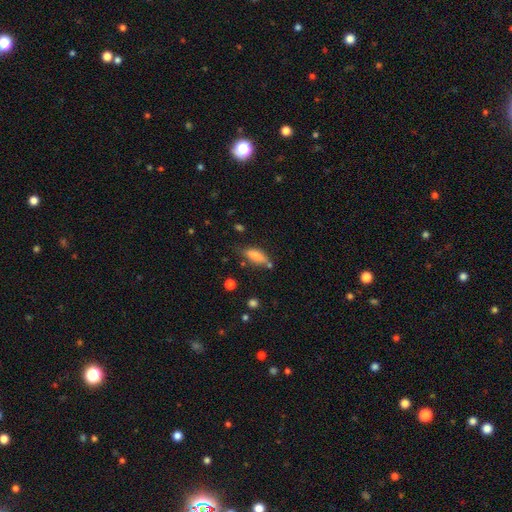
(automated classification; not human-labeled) Smooth or featured?
  - smooth: 77% *
  - featured or disk: 15%
  - star or artifact: 8%
How rounded?
  - in between: 65% *
  - cigar-shaped: 32%
  - round: 2%
Merging?
  - none: 63% *
  - minor disturbance: 23%
  - merger: 8%
  - major disturbance: 6%